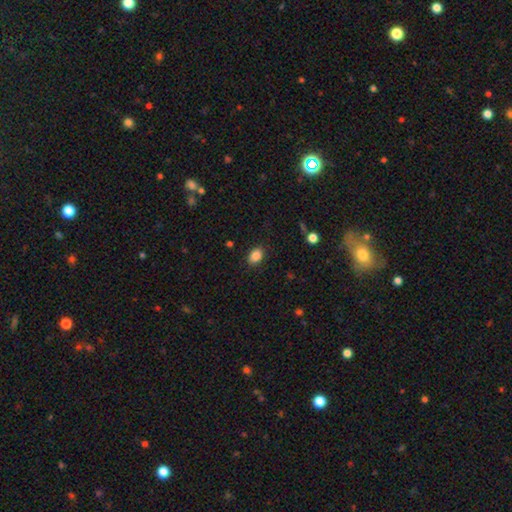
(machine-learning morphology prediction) type=smooth (87%); roundness=in between (76%); merging=none (87%).